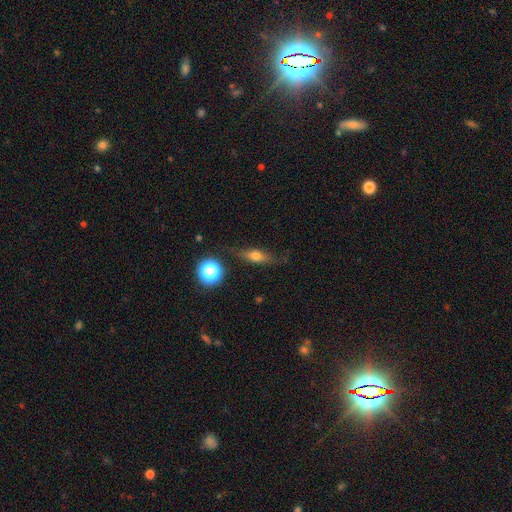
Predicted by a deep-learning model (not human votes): Q: Smooth or featured?
A: smooth (53%); runner-up: featured or disk (35%)
Q: How rounded?
A: in between (45%); runner-up: cigar-shaped (43%)
Q: Merging?
A: none (75%); runner-up: minor disturbance (17%)